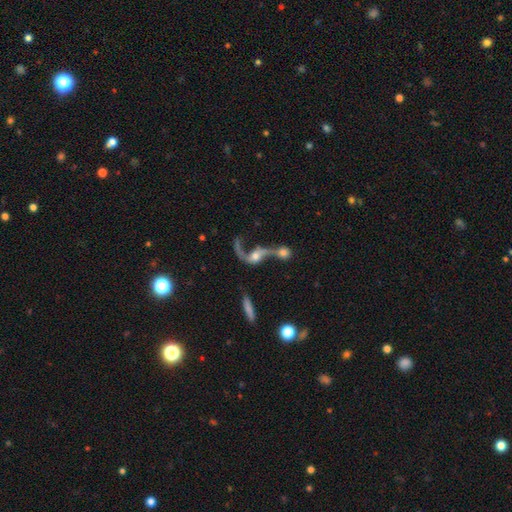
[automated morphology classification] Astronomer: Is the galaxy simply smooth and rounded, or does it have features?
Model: featured or disk — 77%.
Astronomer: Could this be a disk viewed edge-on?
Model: no — 91%.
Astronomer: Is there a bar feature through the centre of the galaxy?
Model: no — 61%.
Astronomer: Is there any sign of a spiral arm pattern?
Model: yes — 85%.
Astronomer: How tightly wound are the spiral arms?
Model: loose — 89%.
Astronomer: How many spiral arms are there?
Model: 2 — 80%.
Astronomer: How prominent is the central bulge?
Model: moderate — 54%.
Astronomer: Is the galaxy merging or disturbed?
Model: merger — 59%.